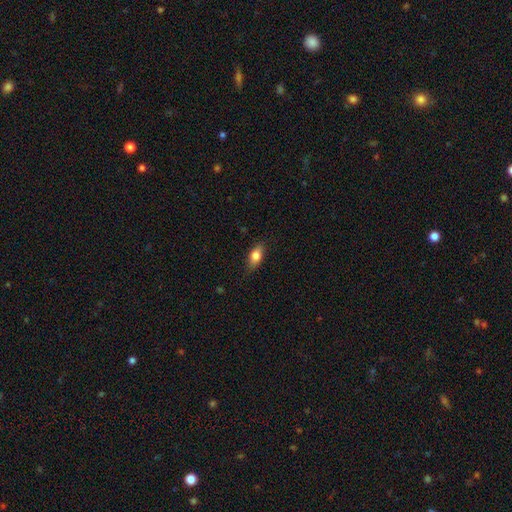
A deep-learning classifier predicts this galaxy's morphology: Q: Smooth or featured?
A: smooth (76%); runner-up: featured or disk (16%)
Q: How rounded?
A: in between (80%); runner-up: cigar-shaped (14%)
Q: Merging?
A: none (81%); runner-up: minor disturbance (15%)